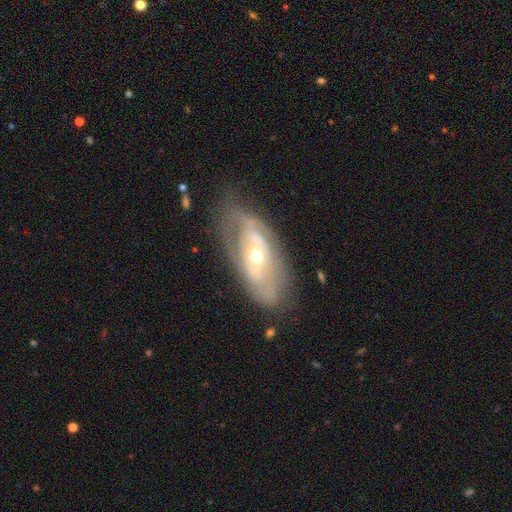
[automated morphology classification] smooth-or-featured: featured or disk: 77% | smooth: 17% | star or artifact: 6%
  disk-edge-on: no: 89% | yes: 11%
    bar: no: 57% | weak: 29% | strong: 14%
    has-spiral-arms: yes: 64% | no: 36%
    bulge-size: moderate: 59% | small: 35% | large: 4% | none: 1% | dominant: 1%
  merging: none: 64% | minor disturbance: 23% | major disturbance: 11% | merger: 2%